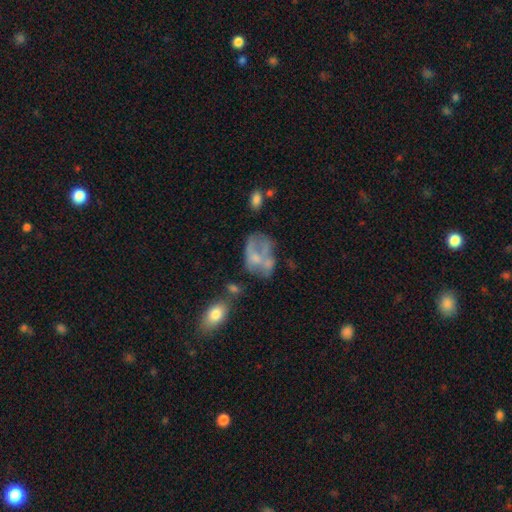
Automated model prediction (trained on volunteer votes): Morphology: type=featured or disk (47%); merging=major disturbance (27%, tied with none).